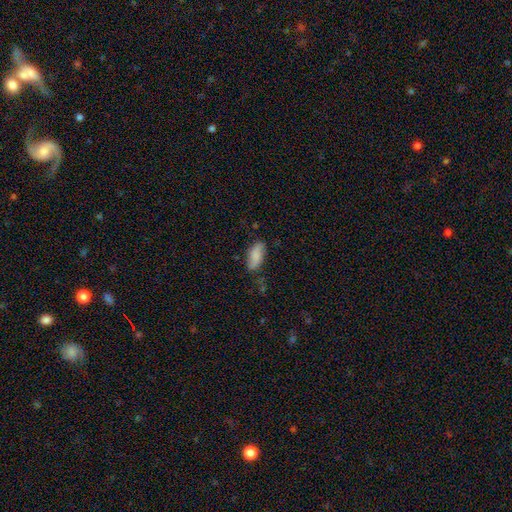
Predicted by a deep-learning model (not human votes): Overall: smooth (81%). How rounded: in between (86%). Merging: none (73%).